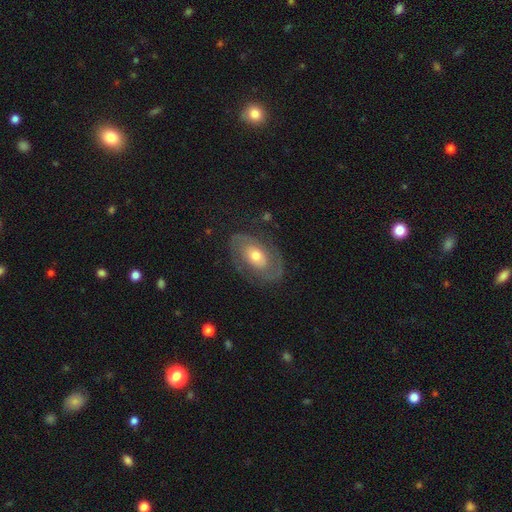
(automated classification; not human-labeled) This appears to be a featured or disk galaxy (80%) with no bar (67%), 2 (82%) tight (50%) spiral arms (86%) and a moderate central bulge (63%). Merging: none (78%).